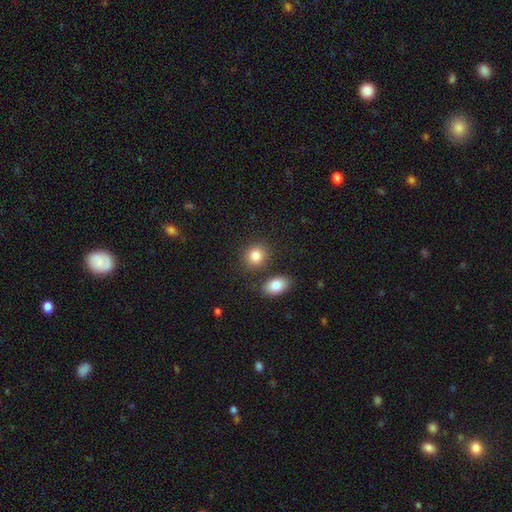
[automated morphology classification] Overall: smooth (84%). How rounded: round (66%; in between 32%). Merging: none (77%).